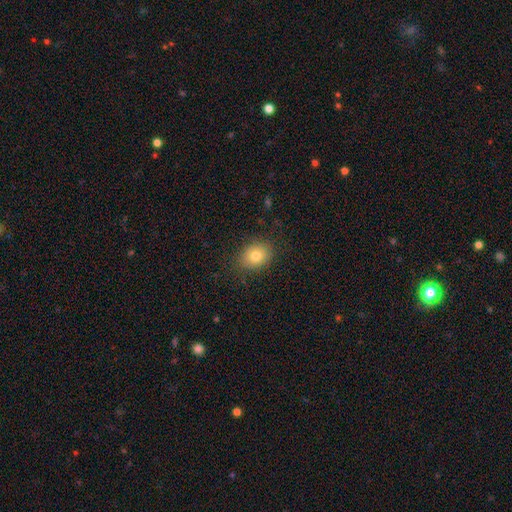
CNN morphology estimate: type=smooth (79%); roundness=in between (56%); merging=none (85%).